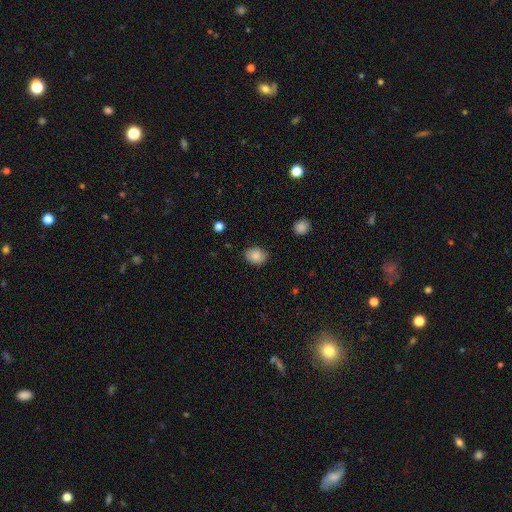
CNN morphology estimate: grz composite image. It shows a smooth galaxy with no disk features (86%) that is in between round and cigar-shaped (68%). Merging: none (83%).